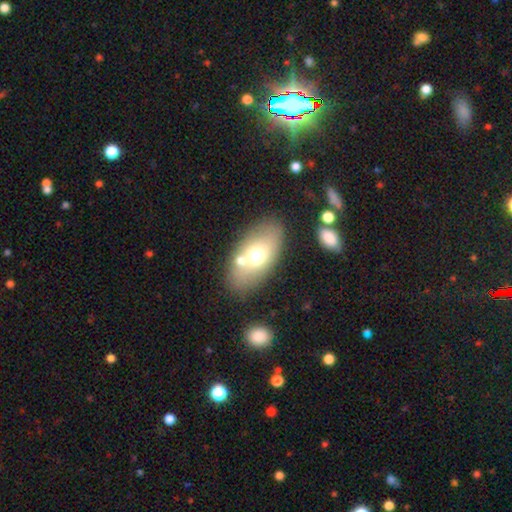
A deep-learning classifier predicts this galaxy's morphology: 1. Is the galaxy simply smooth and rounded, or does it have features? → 64% smooth, 26% featured or disk, 10% star or artifact.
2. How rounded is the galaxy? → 89% in between, 8% round, 3% cigar-shaped.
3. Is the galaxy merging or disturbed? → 72% none, 12% merger, 12% minor disturbance, 4% major disturbance.